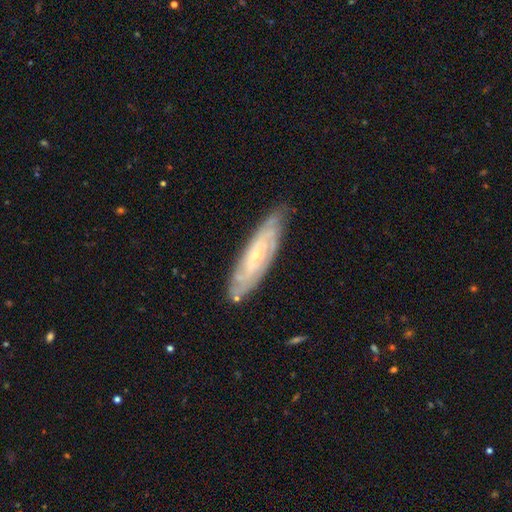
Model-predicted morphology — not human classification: Smooth or featured: featured or disk — 76% (smooth — 18%)
Edge-on disk: no — 77% (yes — 23%)
Bar: no — 66% (weak — 27%)
Spiral arms: yes — 91% (no — 9%)
Spiral winding: tight — 70% (medium — 24%)
Spiral arm count: can't tell — 55% (2 — 18%)
Bulge size: small — 80% (moderate — 15%)
Merging: none — 77% (minor disturbance — 18%)